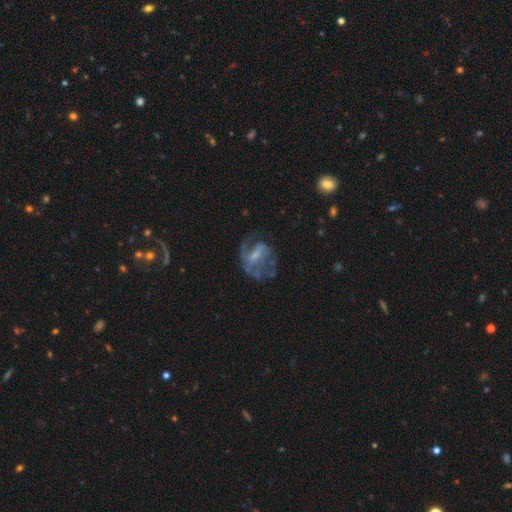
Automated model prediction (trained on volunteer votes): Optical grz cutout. It shows a featured or disk galaxy (69%) with a weak bar (42%), spiral arms (60%) and a small central bulge (41%). Merging: none (40%).